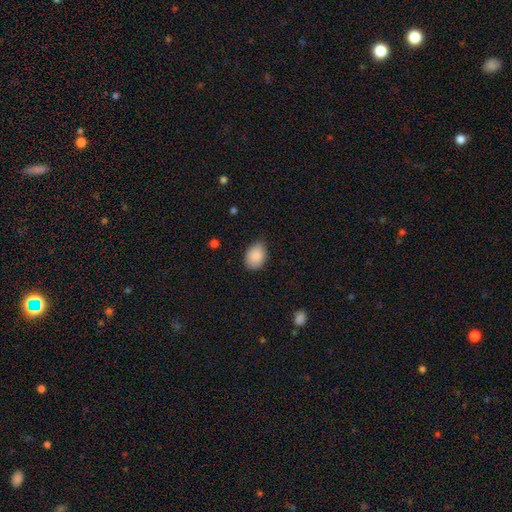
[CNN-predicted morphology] A smooth galaxy with no disk features (88%) that is in between round and cigar-shaped (70%).

Vote fractions:
- Smooth or featured? smooth: 88% / star or artifact: 7% / featured or disk: 5%
- How rounded? in between: 70% / round: 29% / cigar-shaped: 1%
- Merging? none: 67% / minor disturbance: 28% / major disturbance: 4% / merger: 1%